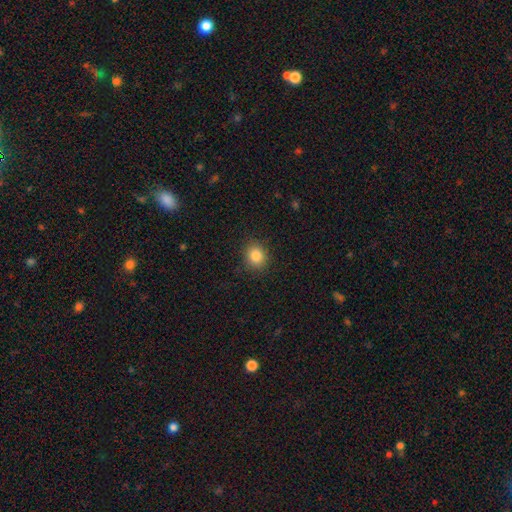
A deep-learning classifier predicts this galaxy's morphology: This is clearly a smooth galaxy (84%). How rounded: likely round (74%). Merging: clearly none (88%).